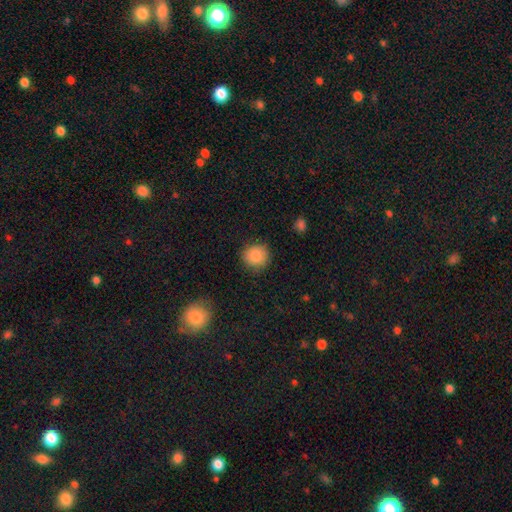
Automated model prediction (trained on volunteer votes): The model was most divided on "merging": none: 85%, minor disturbance: 11%, major disturbance: 3%, merger: 1%. More confident: how rounded — round (89%); smooth or featured — smooth (85%).